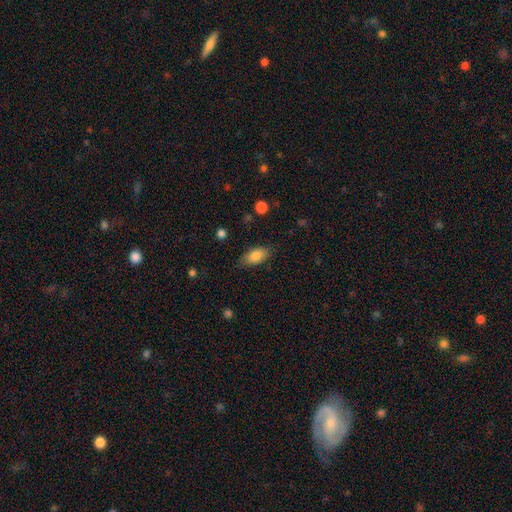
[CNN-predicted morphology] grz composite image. It shows a smooth galaxy with no disk features (83%) that is in between round and cigar-shaped (89%). Merging: none (78%).